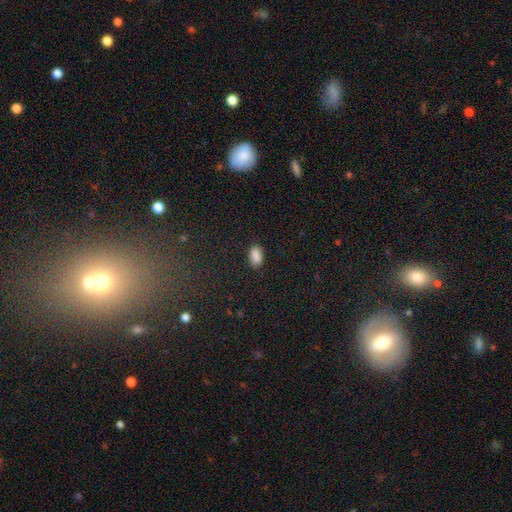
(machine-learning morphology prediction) Smooth or featured? smooth (86%)
How rounded? in between (92%)
Merging? none (83%)